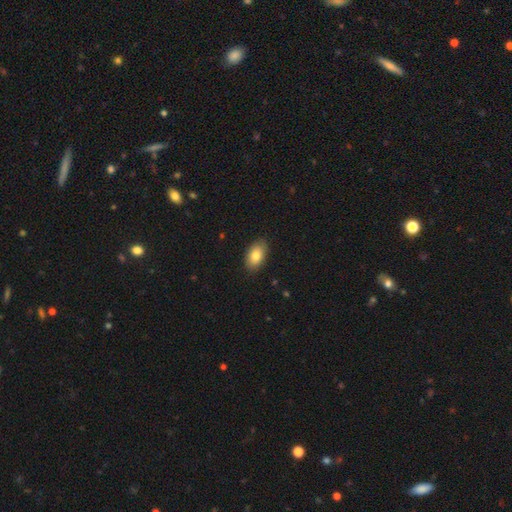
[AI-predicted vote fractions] smooth 81%, featured or disk 12%, star or artifact 7%. Down the decision tree: how rounded — in between (92%); merging — none (87%).